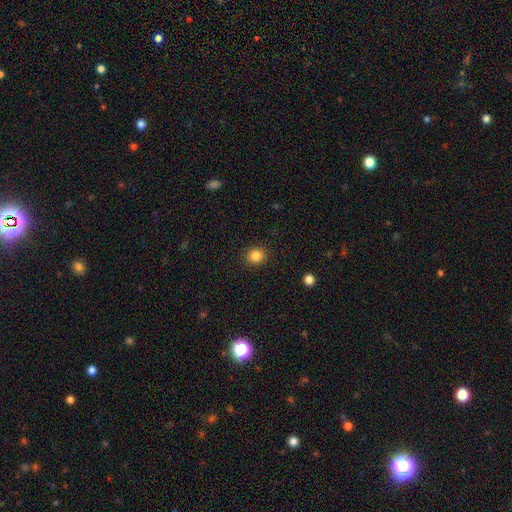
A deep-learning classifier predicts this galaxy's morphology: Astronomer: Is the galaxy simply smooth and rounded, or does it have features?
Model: smooth — 85%.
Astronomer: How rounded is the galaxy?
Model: round — 85%.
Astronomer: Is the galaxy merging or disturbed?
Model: none — 91%.